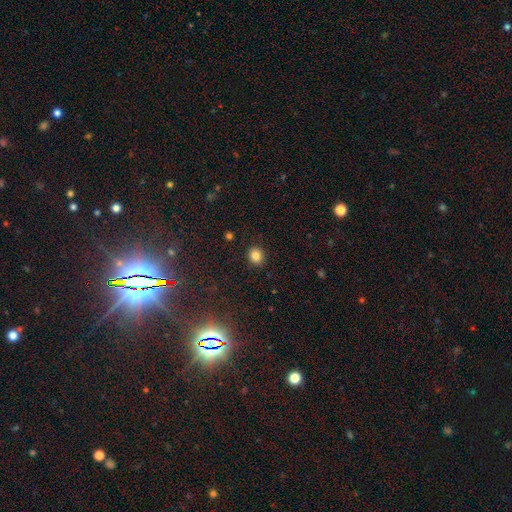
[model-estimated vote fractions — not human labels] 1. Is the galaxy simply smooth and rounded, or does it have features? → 83% smooth, 12% star or artifact, 5% featured or disk.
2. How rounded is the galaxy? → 76% round, 23% in between, 1% cigar-shaped.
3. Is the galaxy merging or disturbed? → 90% none, 7% minor disturbance, 2% major disturbance, 1% merger.